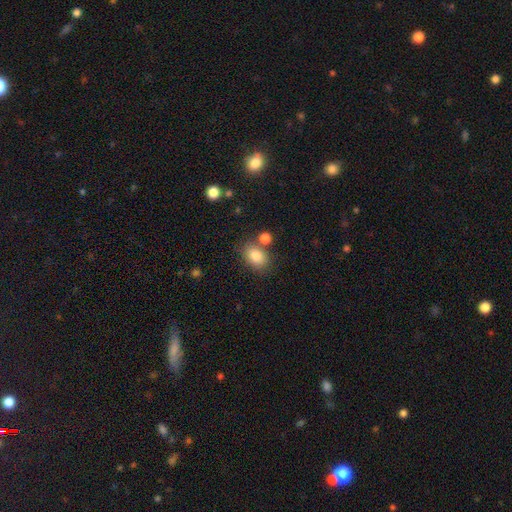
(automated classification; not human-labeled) Morphology: type=smooth (84%); roundness=in between (75%); merging=none (69%).